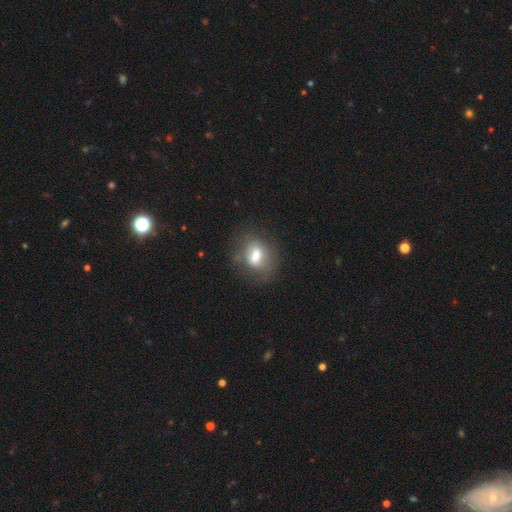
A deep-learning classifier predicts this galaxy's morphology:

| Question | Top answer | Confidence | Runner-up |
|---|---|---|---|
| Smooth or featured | smooth | 64% | featured or disk (26%) |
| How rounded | in between | 61% | round (36%) |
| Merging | none | 68% | minor disturbance (19%) |